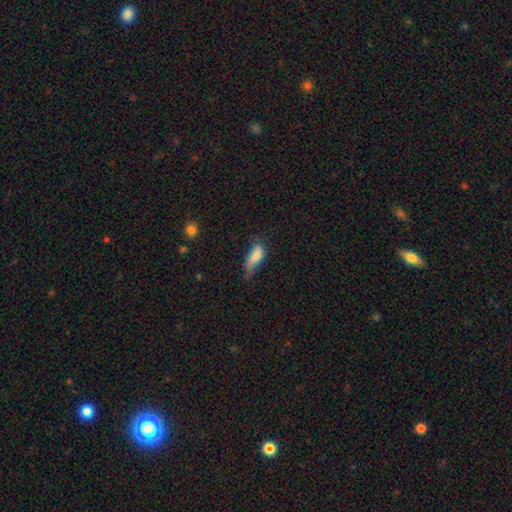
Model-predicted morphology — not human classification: Overall: smooth (78%). How rounded: in between (76%). Merging: minor disturbance (43%; major disturbance 29%).